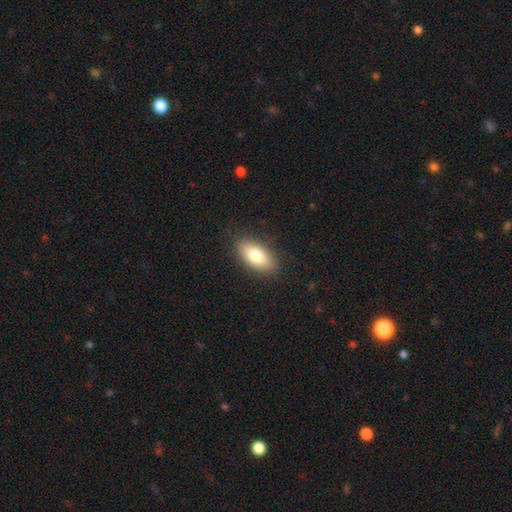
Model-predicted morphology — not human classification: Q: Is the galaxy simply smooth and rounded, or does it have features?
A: smooth — 78%.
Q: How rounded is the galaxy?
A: in between — 89%.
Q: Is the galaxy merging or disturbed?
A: none — 87%.